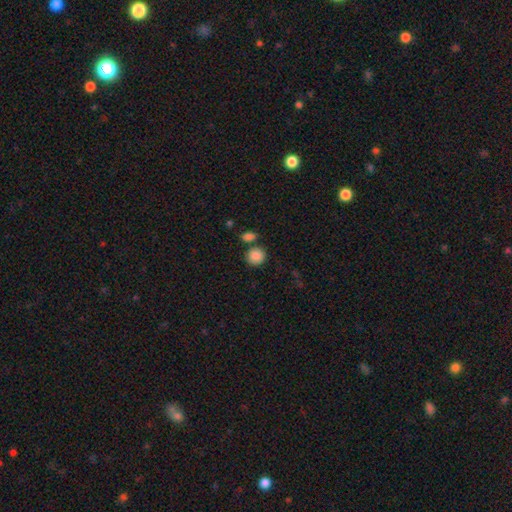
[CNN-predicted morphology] Overall: smooth (88%). How rounded: round (85%). Merging: none (72%).